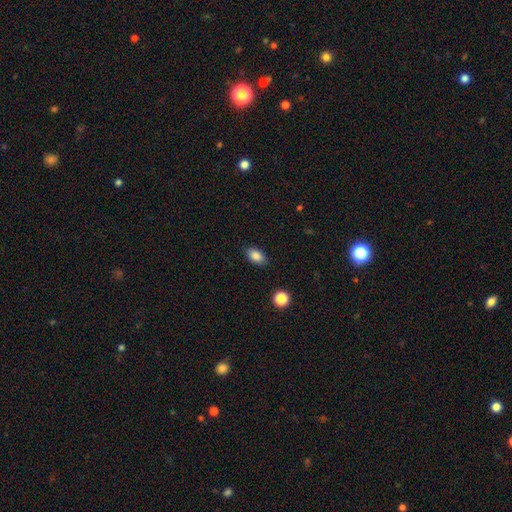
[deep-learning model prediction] Smooth or featured?
  - smooth: 86% *
  - star or artifact: 9%
  - featured or disk: 5%
How rounded?
  - in between: 88% *
  - round: 9%
  - cigar-shaped: 3%
Merging?
  - none: 87% *
  - minor disturbance: 10%
  - major disturbance: 2%
  - merger: 1%